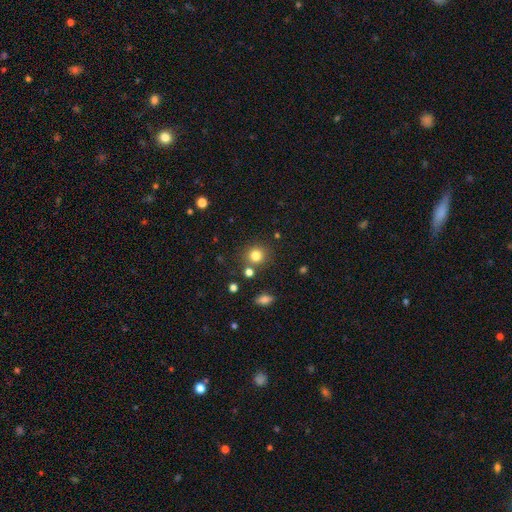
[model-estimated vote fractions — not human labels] A smooth galaxy with no disk features (80%) that is round (88%).

Vote fractions:
- Smooth or featured? smooth: 80% / star or artifact: 13% / featured or disk: 7%
- How rounded? round: 88% / in between: 11% / cigar-shaped: 1%
- Merging? none: 79% / minor disturbance: 9% / merger: 9% / major disturbance: 3%